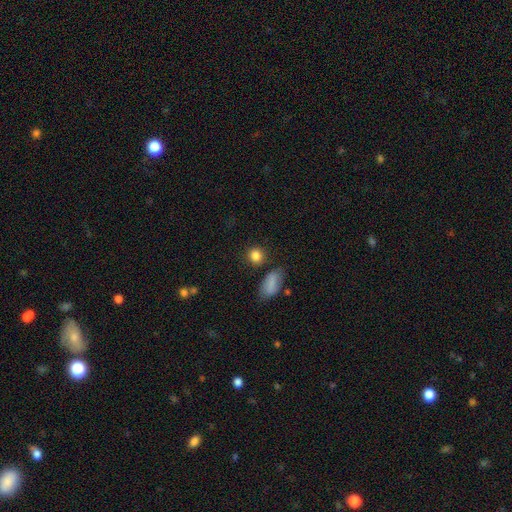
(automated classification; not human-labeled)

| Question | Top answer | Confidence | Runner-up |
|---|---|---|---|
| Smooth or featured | smooth | 84% | star or artifact (10%) |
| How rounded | round | 75% | in between (23%) |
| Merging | none | 79% | minor disturbance (11%) |